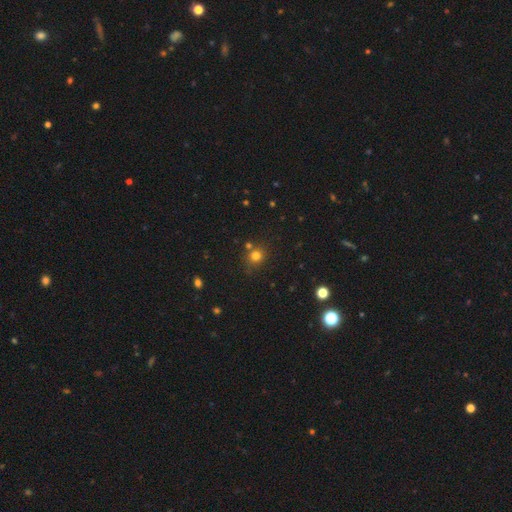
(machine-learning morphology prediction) This is likely a smooth galaxy (77%). How rounded: clearly round (85%). Merging: likely none (74%).